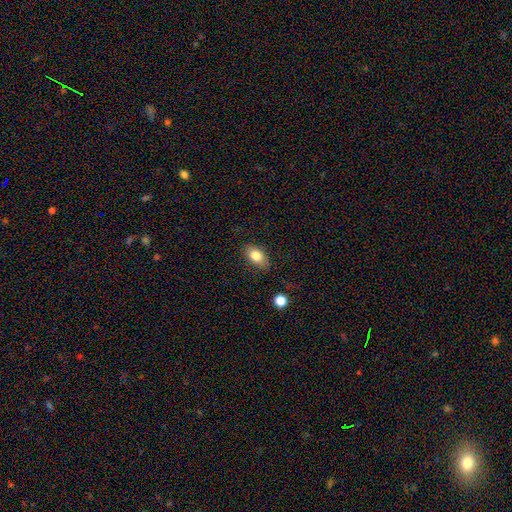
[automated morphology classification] smooth_or_featured: smooth (p=0.80) [alt: featured or disk p=0.12]
how_rounded: in between (p=0.86) [alt: round p=0.11]
merging: none (p=0.80) [alt: minor disturbance p=0.15]